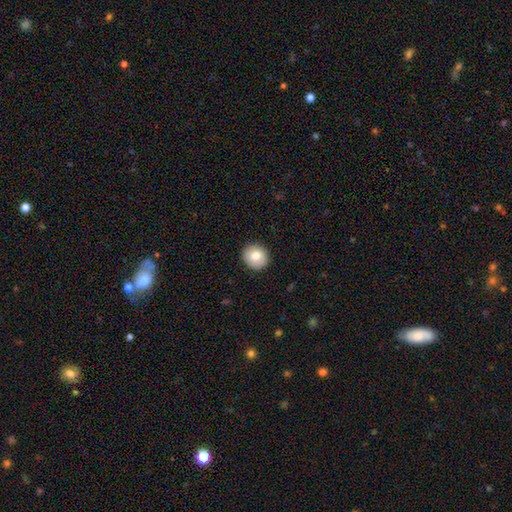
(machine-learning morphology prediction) Smooth or featured? smooth (78%)
How rounded? round (91%)
Merging? none (91%)